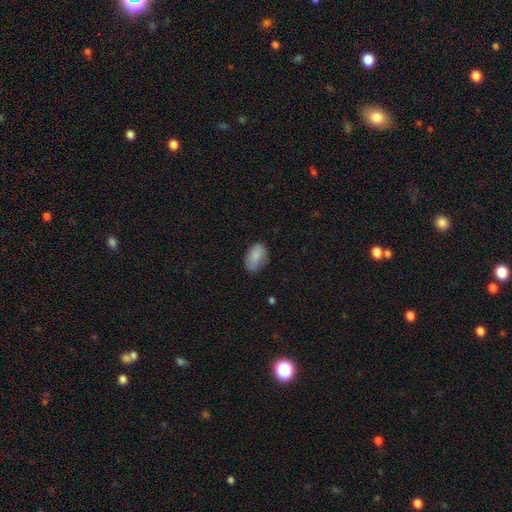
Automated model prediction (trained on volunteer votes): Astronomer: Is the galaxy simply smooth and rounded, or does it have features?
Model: smooth — 84%.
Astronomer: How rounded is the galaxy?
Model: in between — 90%.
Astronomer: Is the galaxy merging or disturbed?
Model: none — 70%.